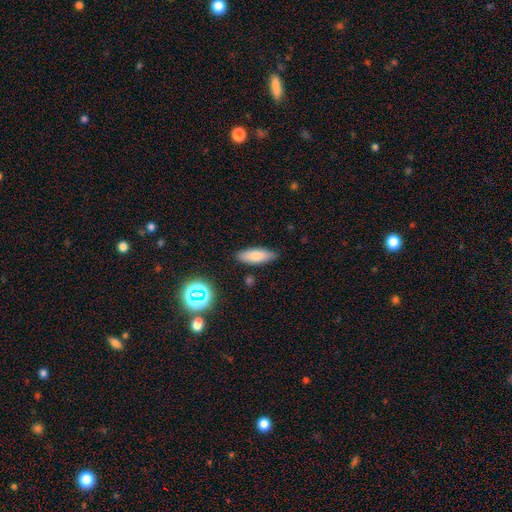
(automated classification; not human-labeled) Q: Smooth or featured?
A: smooth (79%); runner-up: featured or disk (13%)
Q: How rounded?
A: in between (63%); runner-up: cigar-shaped (34%)
Q: Merging?
A: none (83%); runner-up: minor disturbance (12%)